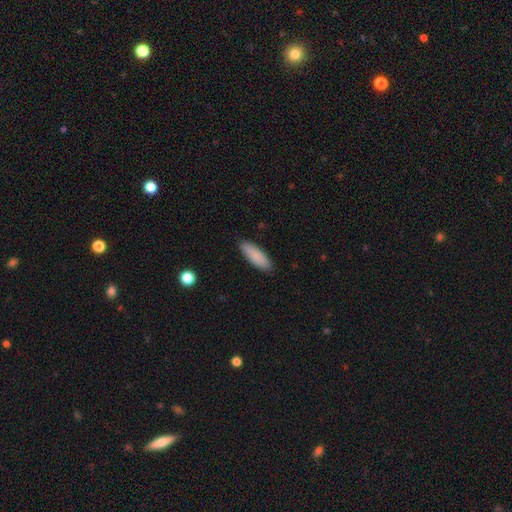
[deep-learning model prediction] Smooth or featured? smooth (87%)
How rounded? in between (57%)
Merging? none (88%)